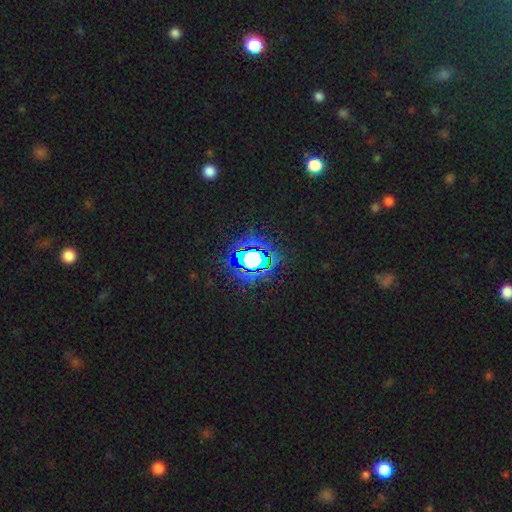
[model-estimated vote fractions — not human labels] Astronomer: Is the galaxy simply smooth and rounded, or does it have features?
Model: star or artifact — 79%.